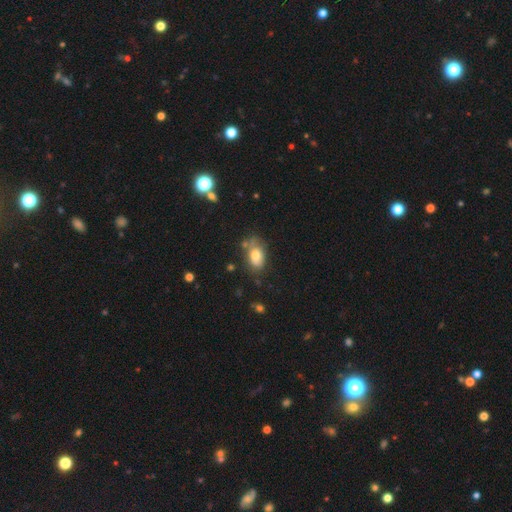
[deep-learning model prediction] smooth-or-featured: smooth: 72% | featured or disk: 19% | star or artifact: 9%
  how-rounded: in between: 84% | round: 14% | cigar-shaped: 2%
  merging: none: 55% | minor disturbance: 26% | merger: 10% | major disturbance: 8%